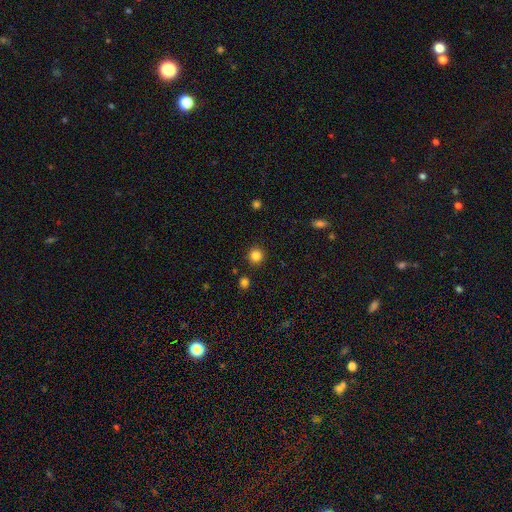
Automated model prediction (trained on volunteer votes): This is clearly a smooth galaxy (84%). How rounded: clearly round (93%). Merging: clearly none (89%).